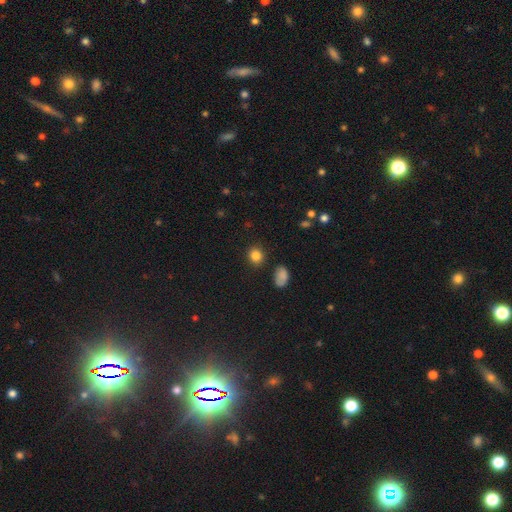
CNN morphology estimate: This is clearly a smooth galaxy (84%). How rounded: likely round (79%). Merging: clearly none (87%).